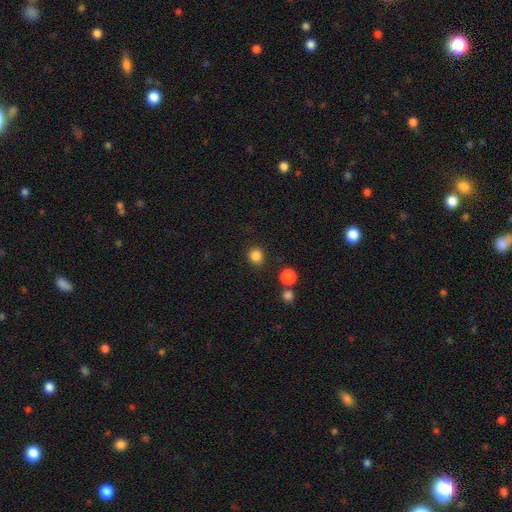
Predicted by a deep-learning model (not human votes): This is clearly a smooth galaxy (84%). How rounded: clearly round (83%). Merging: clearly none (84%).